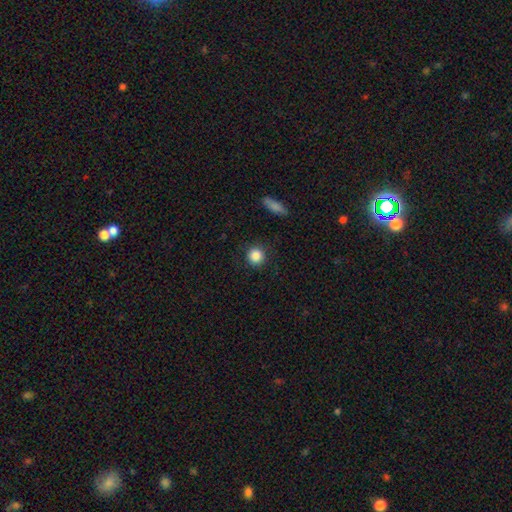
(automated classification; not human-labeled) Smooth or featured?
  - smooth: 86% *
  - star or artifact: 9%
  - featured or disk: 4%
How rounded?
  - round: 93% *
  - in between: 6%
  - cigar-shaped: 1%
Merging?
  - none: 89% *
  - minor disturbance: 7%
  - major disturbance: 3%
  - merger: 1%